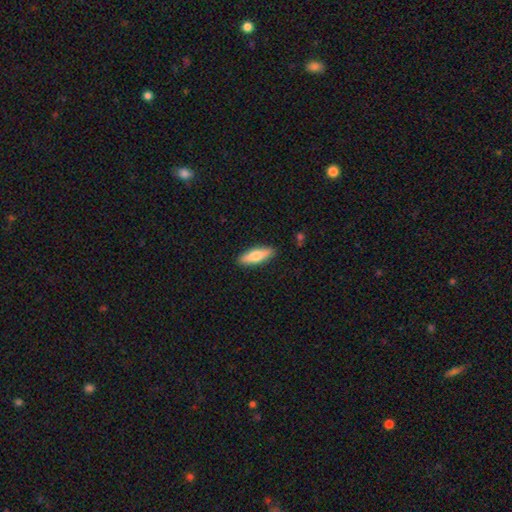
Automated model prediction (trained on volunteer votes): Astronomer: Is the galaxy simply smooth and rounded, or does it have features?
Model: smooth — 64%.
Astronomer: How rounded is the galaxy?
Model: cigar-shaped — 51% (runner-up: in between, 47%).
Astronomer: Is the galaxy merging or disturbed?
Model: none — 89%.